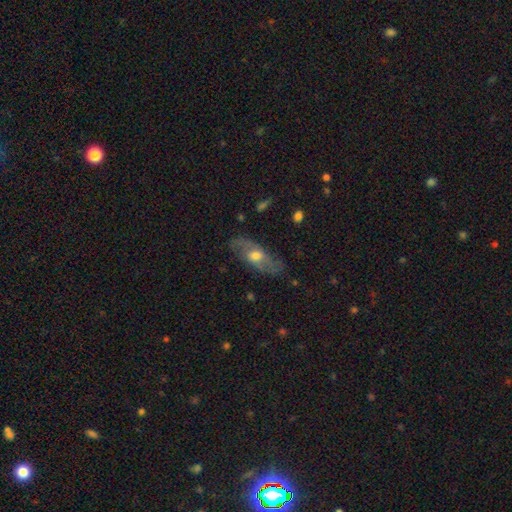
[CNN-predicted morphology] Q: Smooth or featured?
A: featured or disk (50%); runner-up: smooth (44%)
Q: Merging?
A: none (74%); runner-up: minor disturbance (18%)